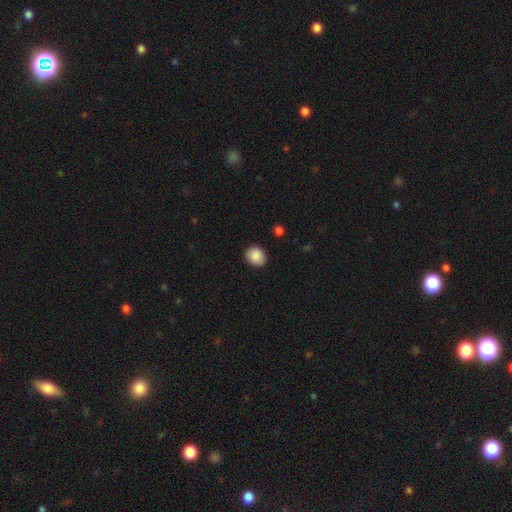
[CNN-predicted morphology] type=smooth (89%); roundness=round (67%); merging=none (89%).